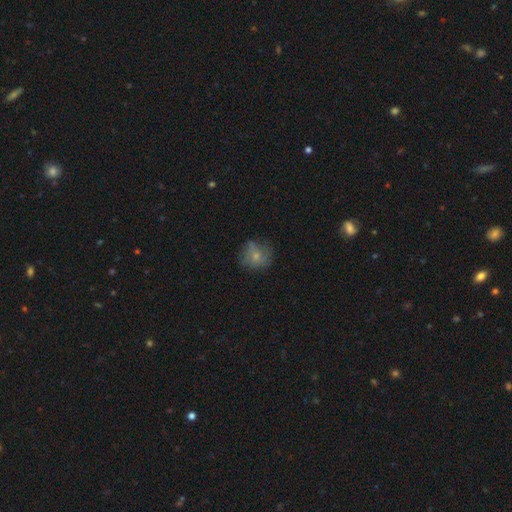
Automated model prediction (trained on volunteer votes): smooth-or-featured: smooth: 63% | featured or disk: 27% | star or artifact: 10%
  how-rounded: round: 79% | in between: 20% | cigar-shaped: 1%
  merging: none: 62% | minor disturbance: 24% | major disturbance: 12% | merger: 2%